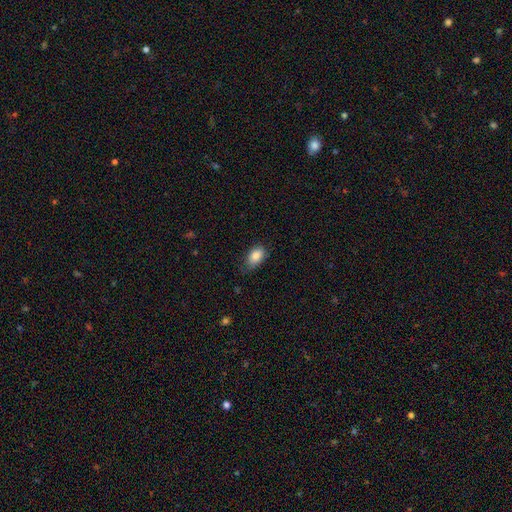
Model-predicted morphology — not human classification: Smooth or featured? Predicted: smooth (p=0.86). How rounded? Predicted: in between (p=0.90). Merging? Predicted: none (p=0.64).